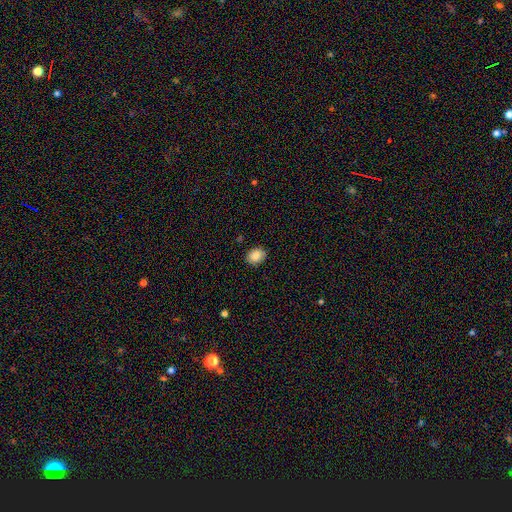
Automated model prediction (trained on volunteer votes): Morphology: type=smooth (84%); roundness=in between (56%); merging=none (88%).